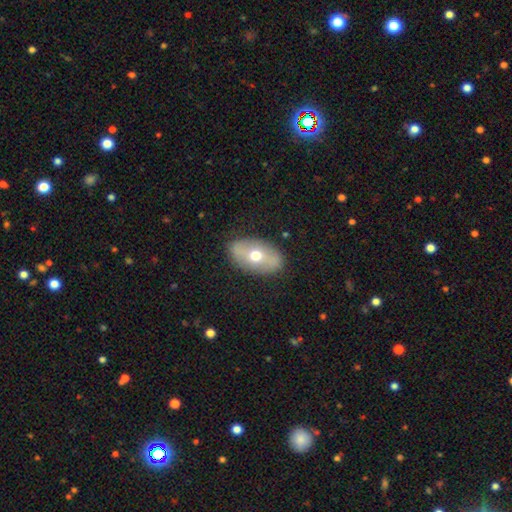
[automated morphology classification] The model was most divided on "smooth or featured": smooth: 56%, featured or disk: 37%, star or artifact: 7%. More confident: how rounded — in between (88%); merging — none (84%).